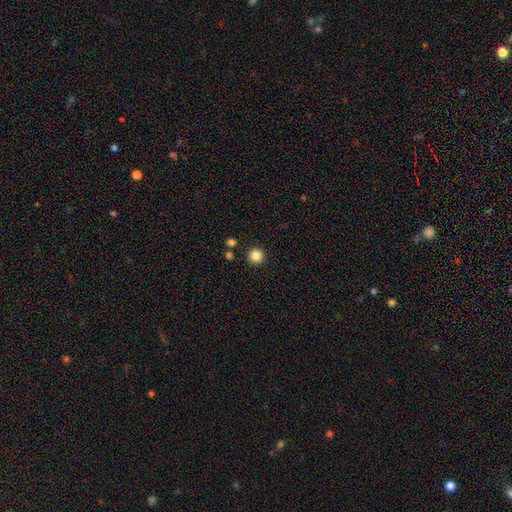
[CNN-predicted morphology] Smooth or featured? smooth (85%)
How rounded? round (96%)
Merging? none (91%)